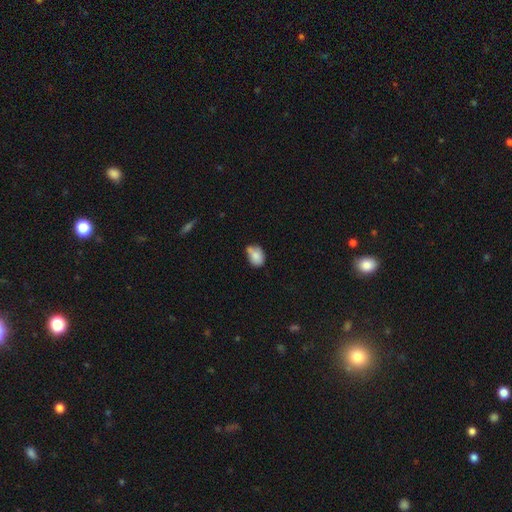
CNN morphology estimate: smooth-or-featured: smooth: 78% | featured or disk: 13% | star or artifact: 9%
  how-rounded: in between: 69% | round: 29% | cigar-shaped: 1%
  merging: none: 42% | minor disturbance: 29% | merger: 21% | major disturbance: 7%